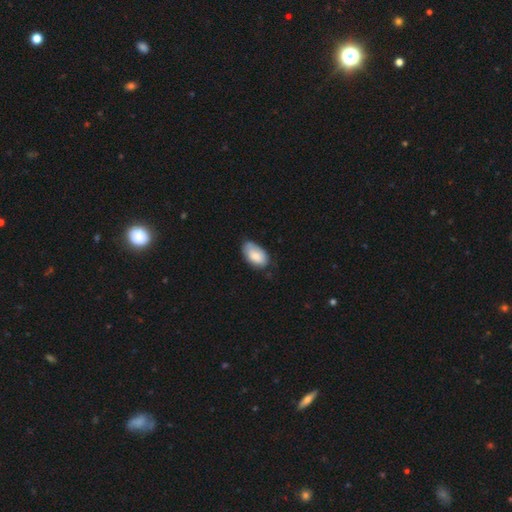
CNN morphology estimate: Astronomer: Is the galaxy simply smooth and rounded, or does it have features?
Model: smooth — 79%.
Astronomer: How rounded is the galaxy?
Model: in between — 94%.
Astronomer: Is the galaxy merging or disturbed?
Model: none — 58% (runner-up: minor disturbance, 34%).